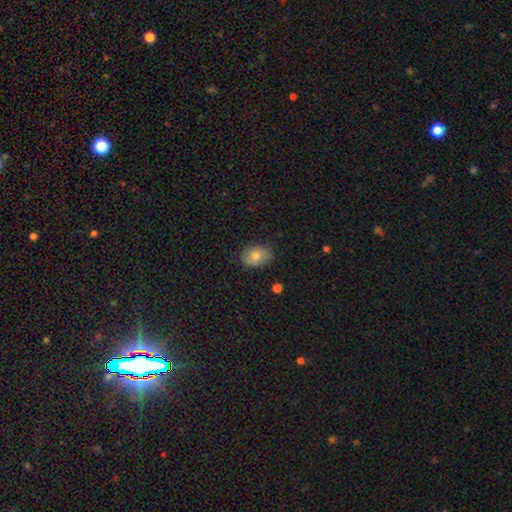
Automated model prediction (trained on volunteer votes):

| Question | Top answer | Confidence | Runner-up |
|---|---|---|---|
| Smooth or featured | smooth | 75% | featured or disk (16%) |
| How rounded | in between | 77% | round (22%) |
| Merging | none | 83% | minor disturbance (13%) |